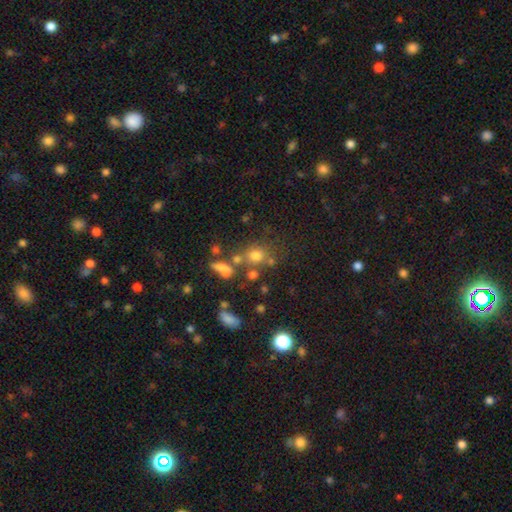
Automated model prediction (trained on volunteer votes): A smooth galaxy with no disk features (67%) that is round (73%).

Vote fractions:
- Smooth or featured? smooth: 67% / star or artifact: 21% / featured or disk: 12%
- How rounded? round: 73% / in between: 25% / cigar-shaped: 2%
- Merging? none: 57% / merger: 21% / minor disturbance: 13% / major disturbance: 8%